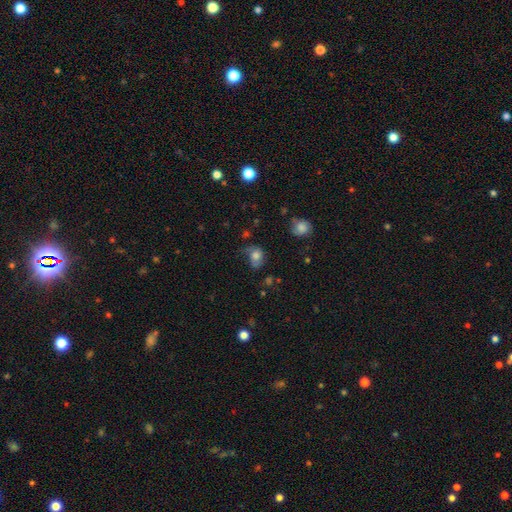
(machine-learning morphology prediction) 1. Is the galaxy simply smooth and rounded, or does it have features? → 68% smooth, 21% featured or disk, 11% star or artifact.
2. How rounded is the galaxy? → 54% in between, 45% round, 1% cigar-shaped.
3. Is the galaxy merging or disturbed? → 36% none, 31% minor disturbance, 30% major disturbance, 3% merger.